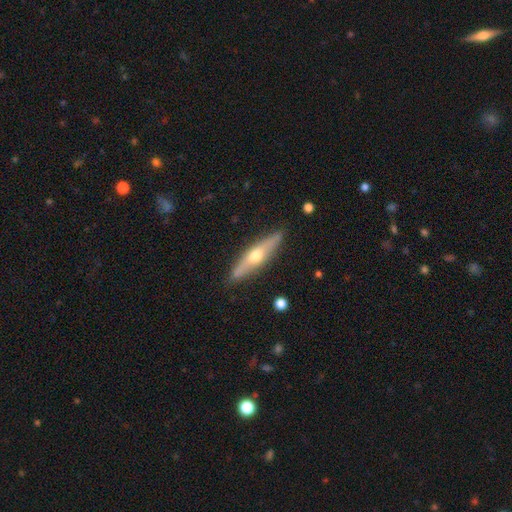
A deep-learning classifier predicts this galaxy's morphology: Smooth or featured: featured or disk — 63% (smooth — 31%)
Edge-on disk: yes — 90% (no — 10%)
Edge-on bulge: rounded — 93% (none — 5%)
Merging: none — 89% (minor disturbance — 8%)